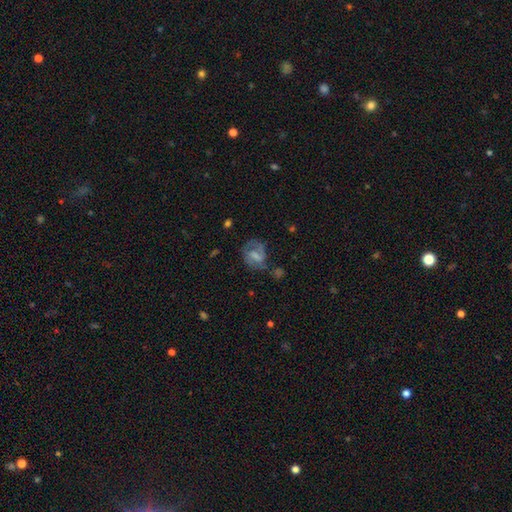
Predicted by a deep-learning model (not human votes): This appears to be a featured or disk galaxy (62%) with a weak bar (51%), spiral arms (82%) and a small central bulge (35%). Merging: none (53%).